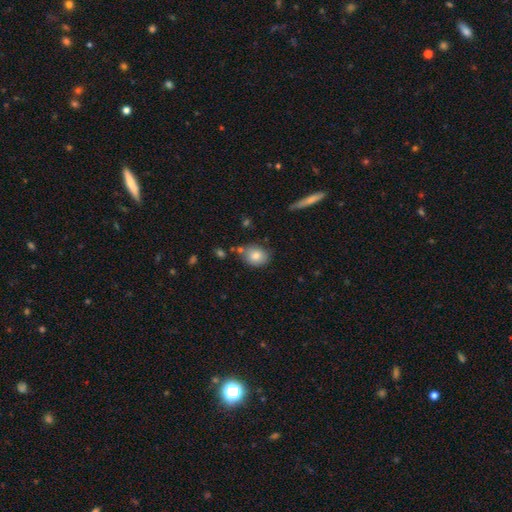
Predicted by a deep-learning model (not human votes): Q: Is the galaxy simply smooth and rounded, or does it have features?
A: smooth — 82%.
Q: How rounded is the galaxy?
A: round — 51%.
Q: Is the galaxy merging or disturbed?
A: none — 73%.